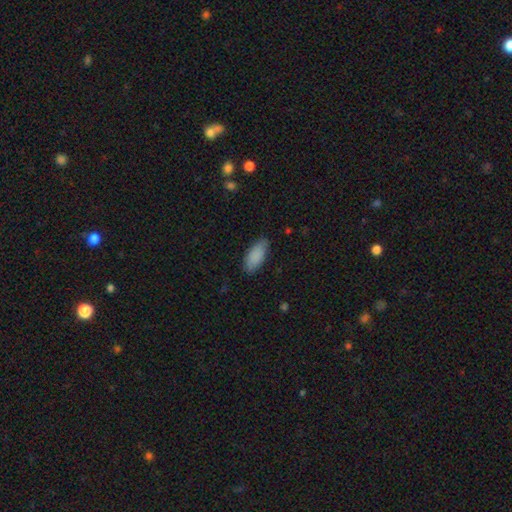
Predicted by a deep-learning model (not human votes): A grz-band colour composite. It shows a smooth galaxy with no disk features (88%) that is in between round and cigar-shaped (87%). Merging: none (79%).